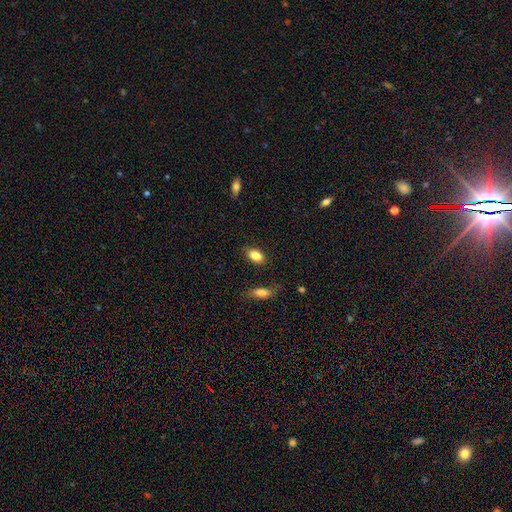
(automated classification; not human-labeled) This is clearly a smooth galaxy (83%). How rounded: clearly in between (86%). Merging: likely none (79%).